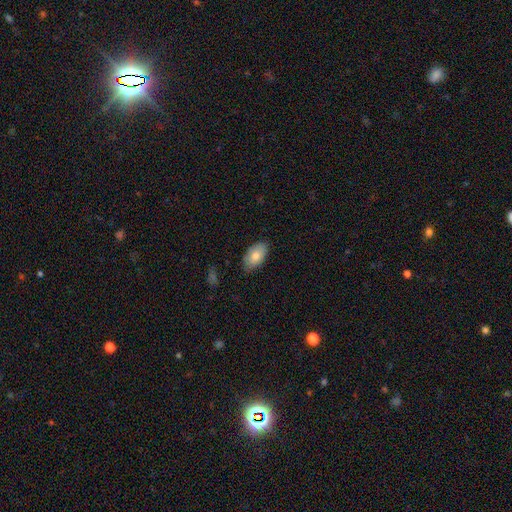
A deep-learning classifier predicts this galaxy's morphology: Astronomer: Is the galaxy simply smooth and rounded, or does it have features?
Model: smooth — 80%.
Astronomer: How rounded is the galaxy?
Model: in between — 94%.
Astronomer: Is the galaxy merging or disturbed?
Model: none — 79%.